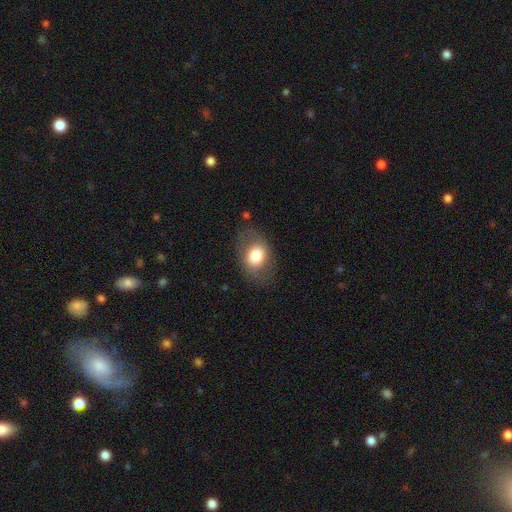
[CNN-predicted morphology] smooth-or-featured: smooth: 71% | featured or disk: 21% | star or artifact: 8%
  how-rounded: in between: 74% | round: 25% | cigar-shaped: 1%
  merging: none: 73% | minor disturbance: 17% | major disturbance: 9% | merger: 1%